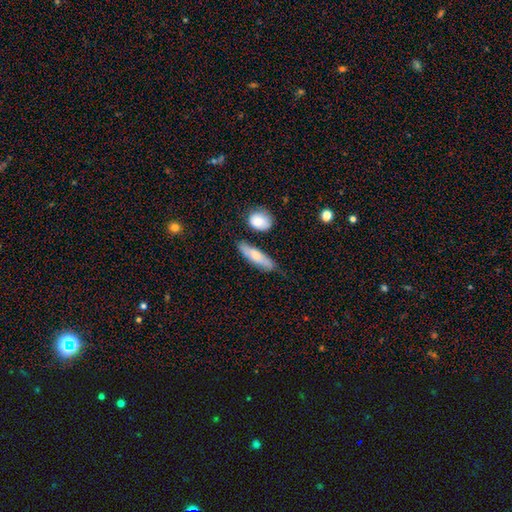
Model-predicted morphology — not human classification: Smooth or featured: smooth — 70% (featured or disk — 24%)
How rounded: cigar-shaped — 59% (in between — 37%)
Merging: none — 69% (minor disturbance — 19%)